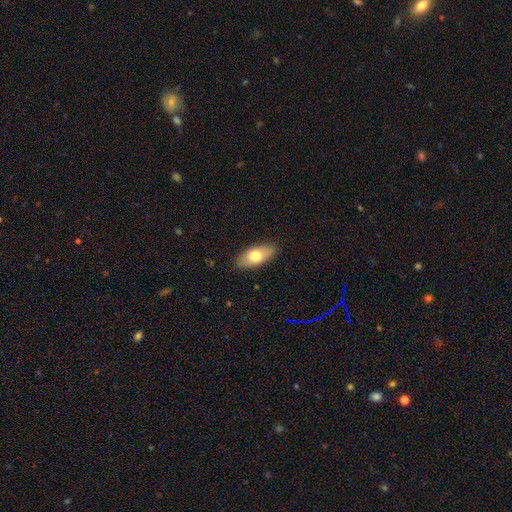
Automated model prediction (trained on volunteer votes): This is likely a smooth galaxy (72%). How rounded: clearly in between (87%). Merging: clearly none (86%).